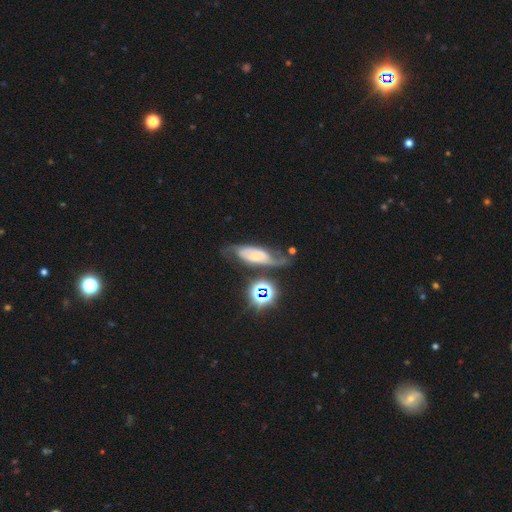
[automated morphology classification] featured or disk 67%, smooth 20%, star or artifact 13%. Down the decision tree: edge-on disk — no (87%); bar — no (49%); spiral arms — yes (89%); spiral arm count — 2 (77%); spiral winding — medium (45%); bulge size — small (54%); merging — none (54%).